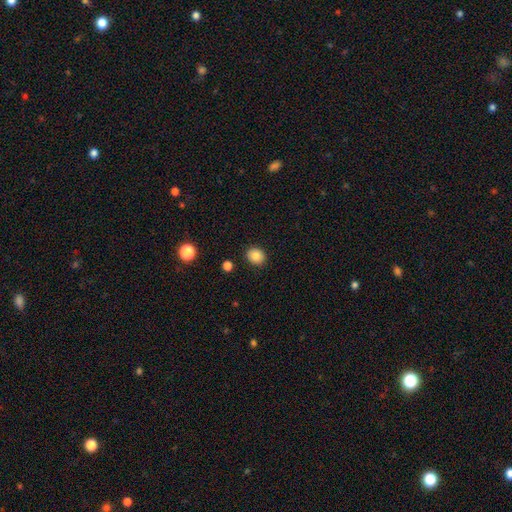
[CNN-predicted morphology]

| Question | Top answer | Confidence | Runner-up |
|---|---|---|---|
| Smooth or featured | smooth | 84% | star or artifact (10%) |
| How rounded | round | 69% | in between (30%) |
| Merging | none | 89% | minor disturbance (7%) |